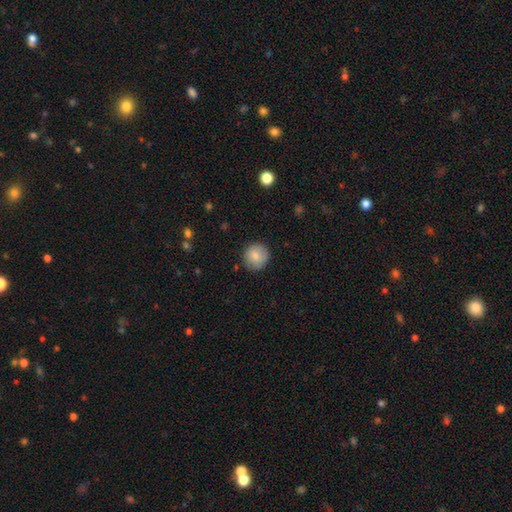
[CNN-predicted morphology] smooth_or_featured: smooth (p=0.83) [alt: featured or disk p=0.10]
how_rounded: round (p=0.92) [alt: in between p=0.07]
merging: none (p=0.85) [alt: minor disturbance p=0.11]